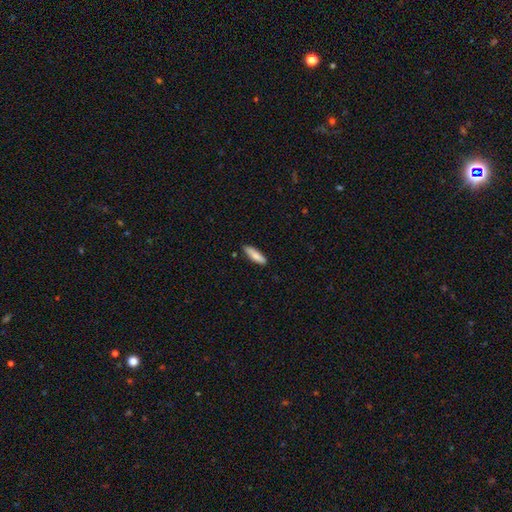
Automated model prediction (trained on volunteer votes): Overall: smooth (82%). How rounded: cigar-shaped (65%; in between 33%). Merging: none (83%).